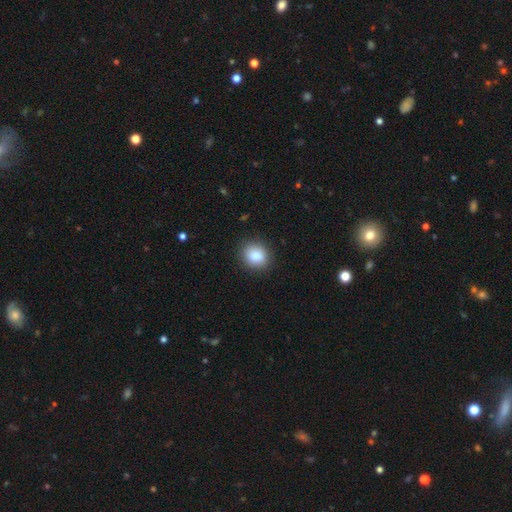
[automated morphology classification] Smooth or featured? Predicted: smooth (p=0.86). How rounded? Predicted: round (p=0.71). Merging? Predicted: none (p=0.89).